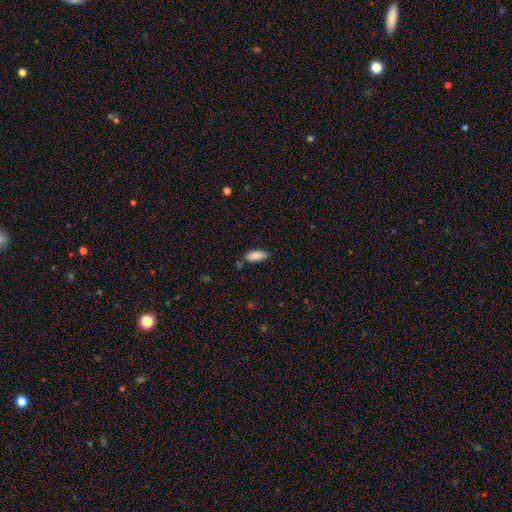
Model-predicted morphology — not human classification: The model was most divided on "merging": none: 75%, minor disturbance: 16%, merger: 6%, major disturbance: 3%. More confident: smooth or featured — smooth (88%); how rounded — in between (80%).